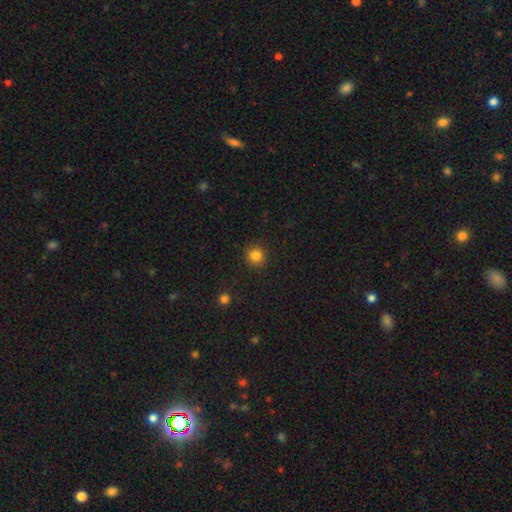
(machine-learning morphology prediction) smooth_or_featured: smooth (p=0.83) [alt: star or artifact p=0.12]
how_rounded: round (p=0.90) [alt: in between p=0.09]
merging: none (p=0.90) [alt: minor disturbance p=0.07]